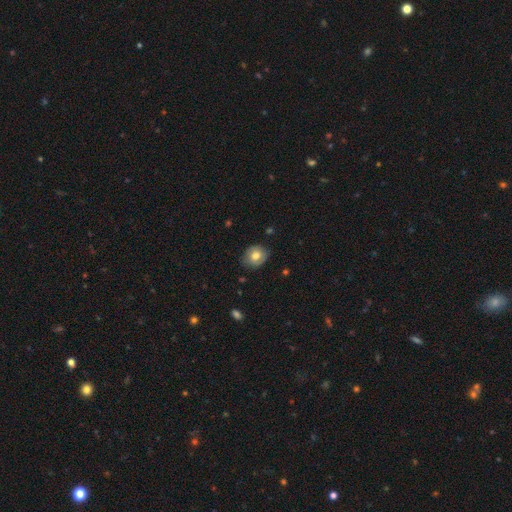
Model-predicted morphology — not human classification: A smooth galaxy with no disk features (68%) that is round (62%). Merging: none (78%).